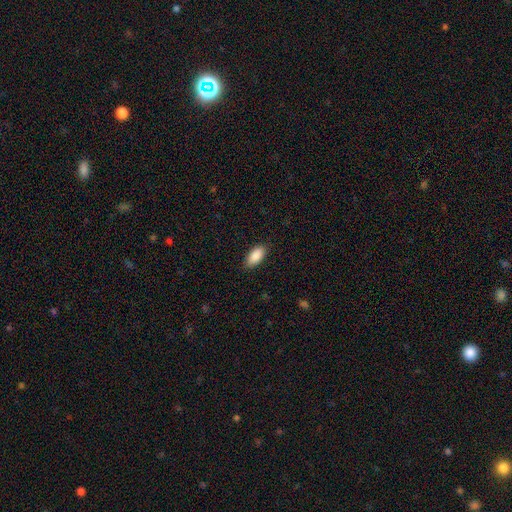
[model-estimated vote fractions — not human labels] smooth 89%, star or artifact 6%, featured or disk 5%. Down the decision tree: how rounded — in between (92%); merging — none (86%).